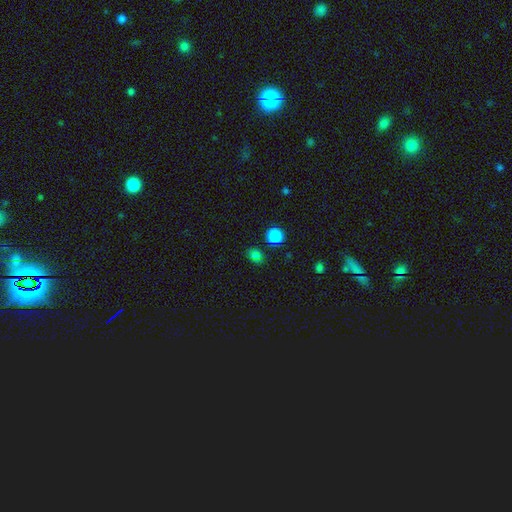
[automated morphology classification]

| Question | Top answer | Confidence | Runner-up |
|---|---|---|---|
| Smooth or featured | smooth | 78% | star or artifact (17%) |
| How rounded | round | 58% | in between (41%) |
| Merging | none | 80% | minor disturbance (12%) |